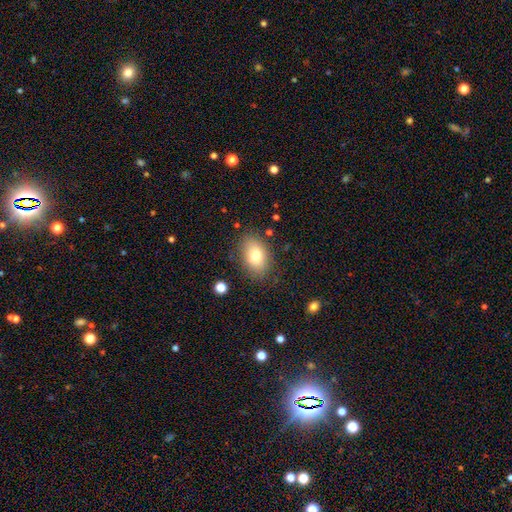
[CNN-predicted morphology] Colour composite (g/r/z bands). It shows a smooth galaxy with no disk features (78%) that is in between round and cigar-shaped (85%). Merging: none (81%).